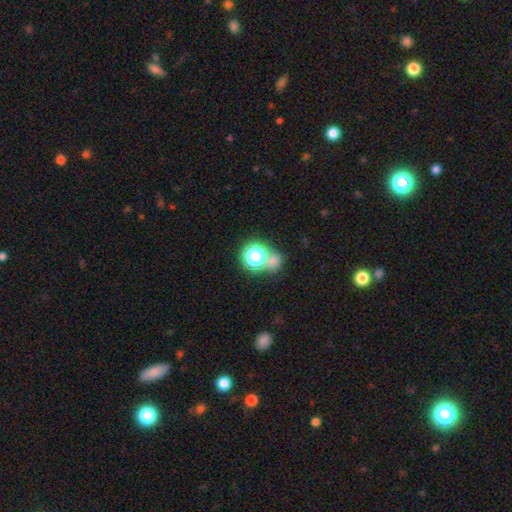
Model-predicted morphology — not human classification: A smooth galaxy with no disk features (50%) that is round (80%).

Vote fractions:
- Smooth or featured? smooth: 50% / star or artifact: 40% / featured or disk: 9%
- How rounded? round: 80% / in between: 19% / cigar-shaped: 1%
- Merging? none: 58% / merger: 26% / minor disturbance: 9% / major disturbance: 6%